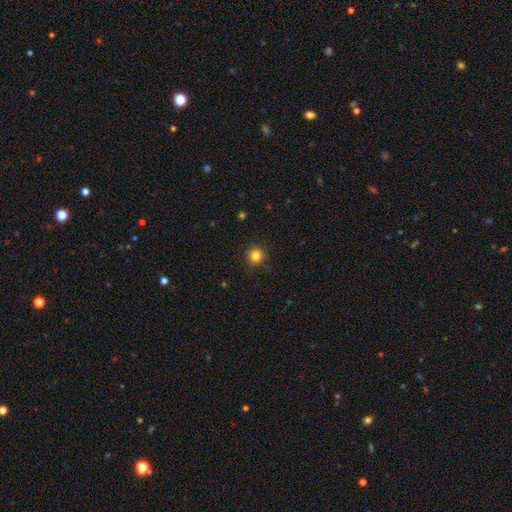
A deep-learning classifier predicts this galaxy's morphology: The model was most divided on "smooth or featured": smooth: 83%, star or artifact: 13%, featured or disk: 4%. More confident: how rounded — round (94%); merging — none (90%).